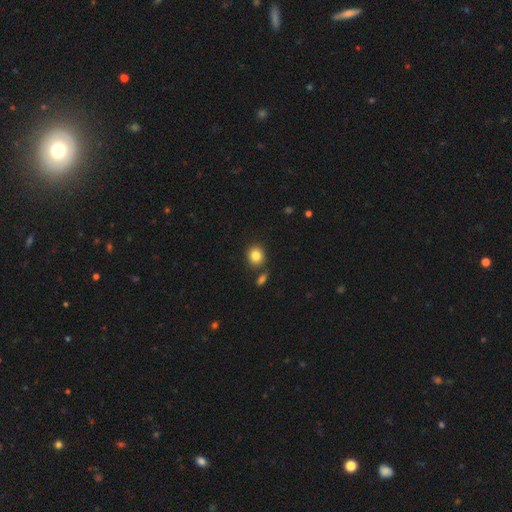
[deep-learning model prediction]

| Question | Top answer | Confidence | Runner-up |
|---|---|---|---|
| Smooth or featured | smooth | 83% | star or artifact (10%) |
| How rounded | round | 77% | in between (22%) |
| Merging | none | 78% | minor disturbance (10%) |